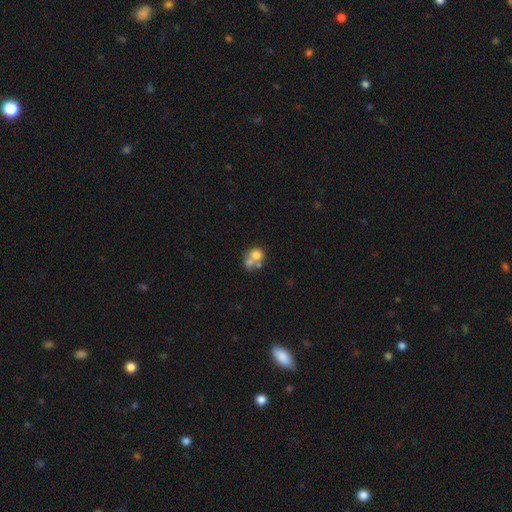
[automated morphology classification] Overall: smooth (64%; featured or disk 25%). How rounded: round (66%; in between 33%). Merging: merger (57%; none 27%).